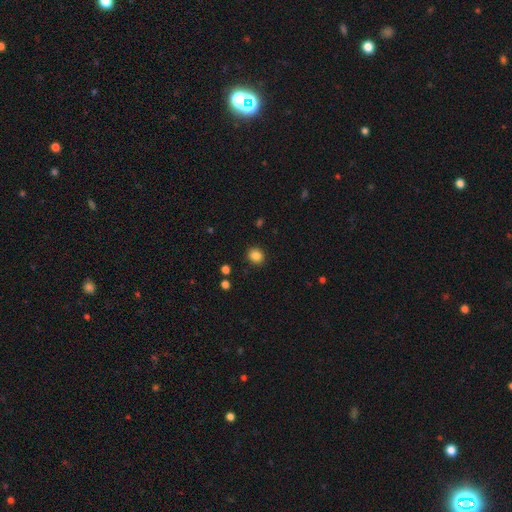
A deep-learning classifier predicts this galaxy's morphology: This appears to be a smooth galaxy with no disk features (85%) that is round (76%). Merging: none (90%).